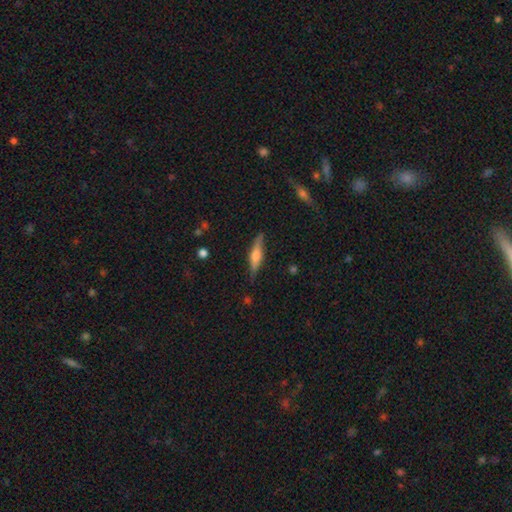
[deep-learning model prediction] Smooth or featured? Predicted: featured or disk (p=0.62). Edge-on disk? Predicted: yes (p=0.96). Edge-on bulge? Predicted: rounded (p=0.83). Merging? Predicted: none (p=0.85).